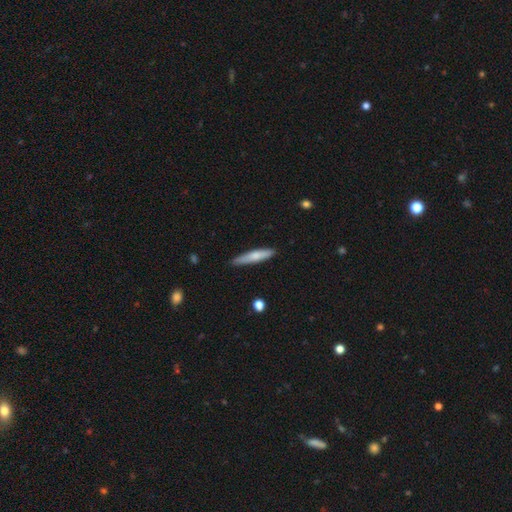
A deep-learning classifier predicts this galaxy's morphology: Q: Smooth or featured?
A: smooth (68%); runner-up: featured or disk (26%)
Q: How rounded?
A: cigar-shaped (87%); runner-up: in between (11%)
Q: Merging?
A: none (85%); runner-up: minor disturbance (12%)